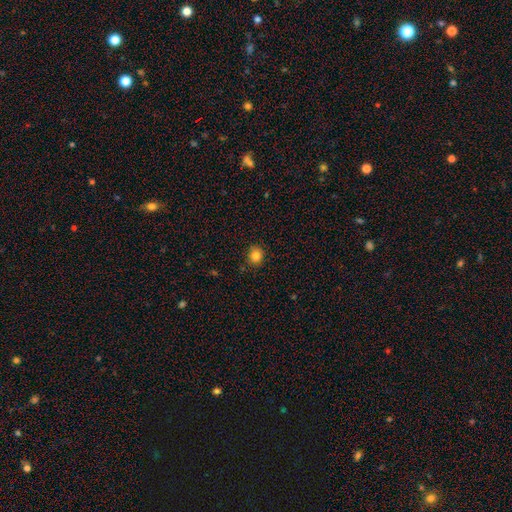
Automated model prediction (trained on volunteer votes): A smooth galaxy with no disk features (84%) that is round (77%). Merging: none (87%).